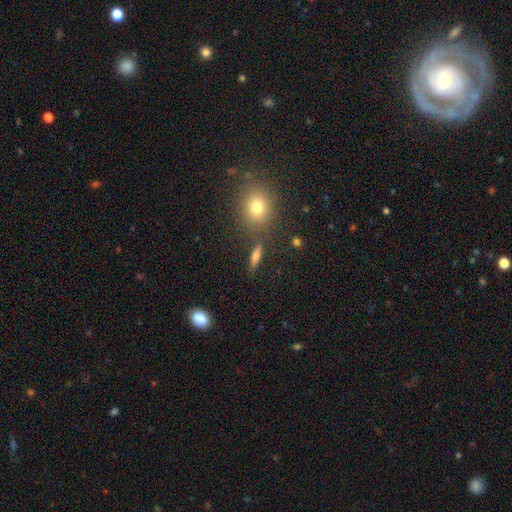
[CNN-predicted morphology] smooth-or-featured: smooth: 66% | featured or disk: 21% | star or artifact: 13%
  how-rounded: cigar-shaped: 60% | in between: 30% | round: 9%
  merging: none: 80% | minor disturbance: 10% | merger: 5% | major disturbance: 4%